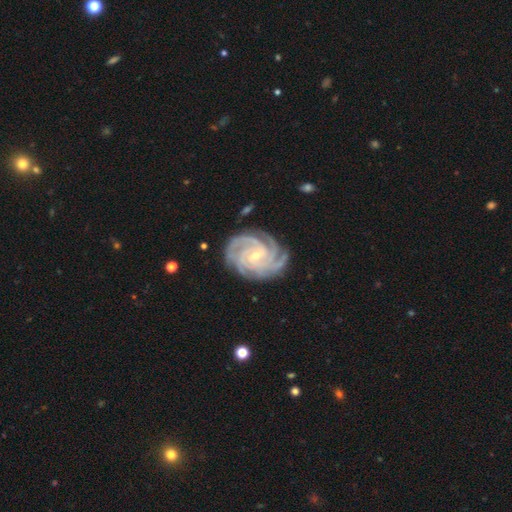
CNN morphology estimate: featured or disk 91%, star or artifact 5%, smooth 3%. Down the decision tree: edge-on disk — no (98%); bar — weak (43%); spiral arms — yes (99%); spiral arm count — 4 (41%); spiral winding — tight (77%); bulge size — small (71%); merging — none (81%).